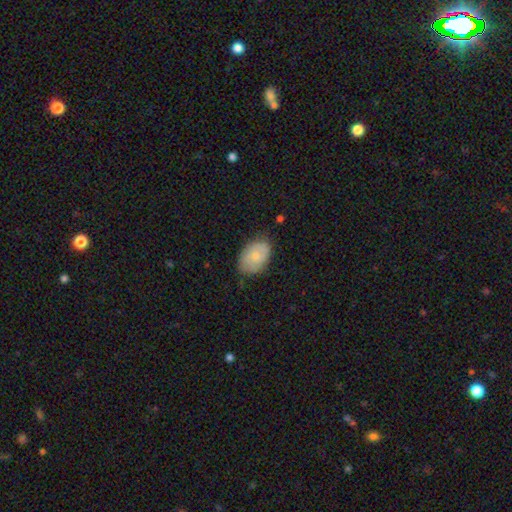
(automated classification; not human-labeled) Overall: smooth (72%). How rounded: in between (86%). Merging: none (71%).